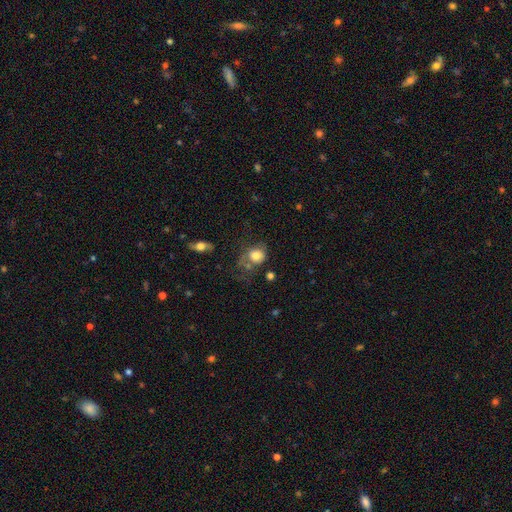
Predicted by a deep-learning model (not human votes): smooth_or_featured: smooth (p=0.71) [alt: featured or disk p=0.19]
how_rounded: round (p=0.57) [alt: in between p=0.42]
merging: none (p=0.33) [alt: major disturbance p=0.30]